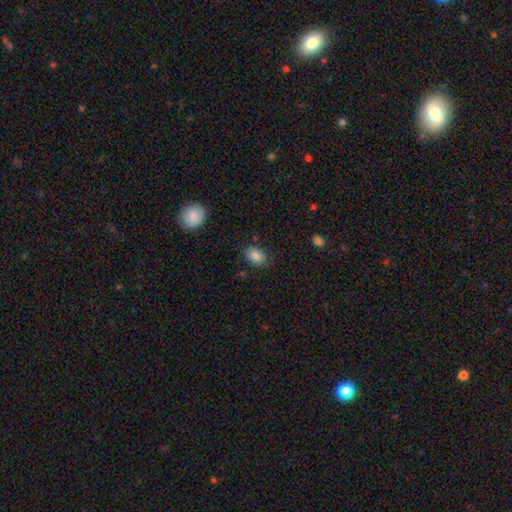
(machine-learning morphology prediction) smooth_or_featured: smooth (p=0.85) [alt: star or artifact p=0.09]
how_rounded: in between (p=0.79) [alt: round p=0.20]
merging: none (p=0.81) [alt: minor disturbance p=0.14]